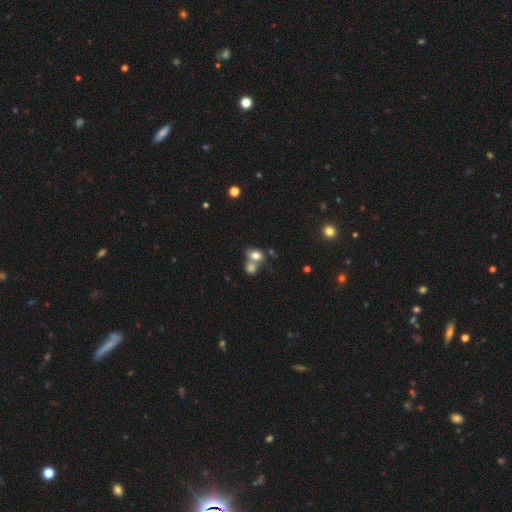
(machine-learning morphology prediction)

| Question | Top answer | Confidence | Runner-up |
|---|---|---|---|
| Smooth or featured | smooth | 76% | featured or disk (12%) |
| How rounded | in between | 56% | round (42%) |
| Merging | merger | 52% | none (33%) |